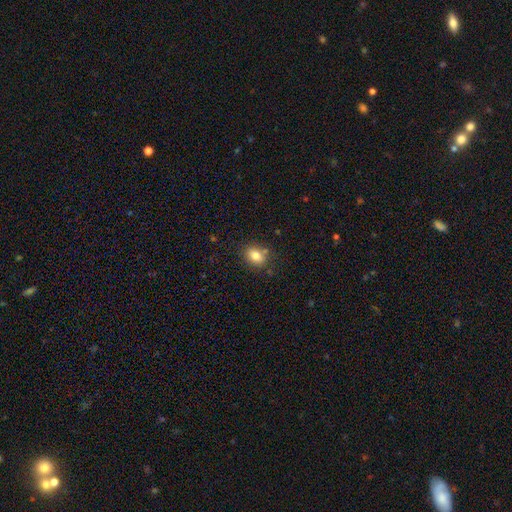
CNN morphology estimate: Smooth or featured?
  - smooth: 80% *
  - star or artifact: 10%
  - featured or disk: 10%
How rounded?
  - in between: 65% *
  - round: 33%
  - cigar-shaped: 2%
Merging?
  - none: 75% *
  - minor disturbance: 14%
  - merger: 8%
  - major disturbance: 3%